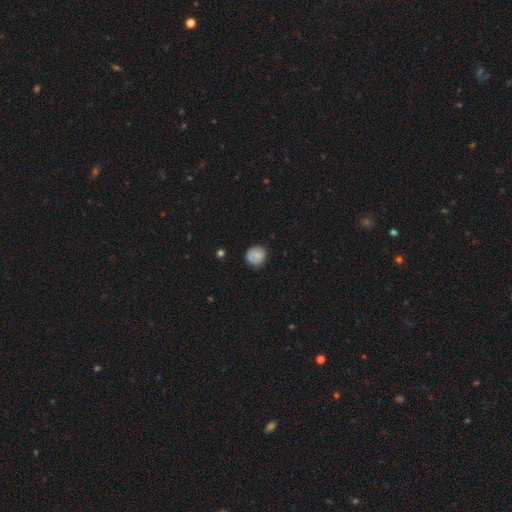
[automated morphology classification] Smooth or featured? smooth (75%)
How rounded? round (89%)
Merging? none (78%)